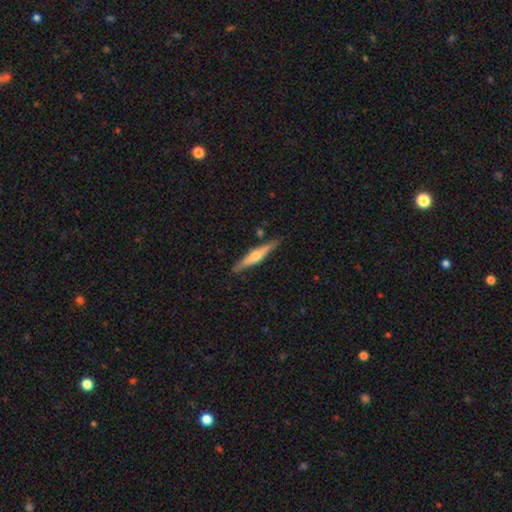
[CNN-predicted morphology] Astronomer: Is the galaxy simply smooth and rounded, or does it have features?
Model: featured or disk — 65%.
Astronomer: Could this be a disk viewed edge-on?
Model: yes — 97%.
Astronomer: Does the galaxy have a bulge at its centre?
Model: rounded — 91%.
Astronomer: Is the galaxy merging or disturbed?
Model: none — 87%.